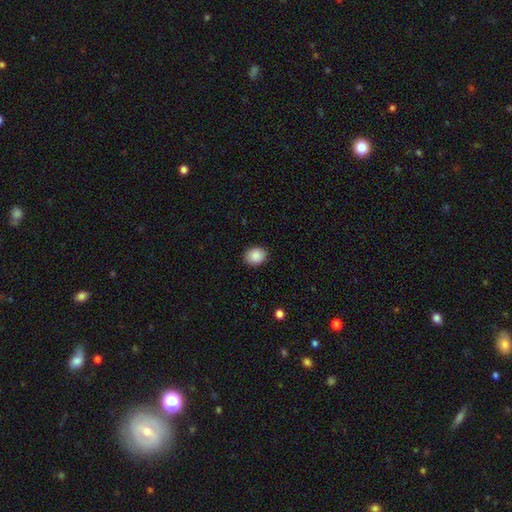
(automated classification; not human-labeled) Morphology: type=smooth (89%); roundness=round (54%); merging=none (89%).